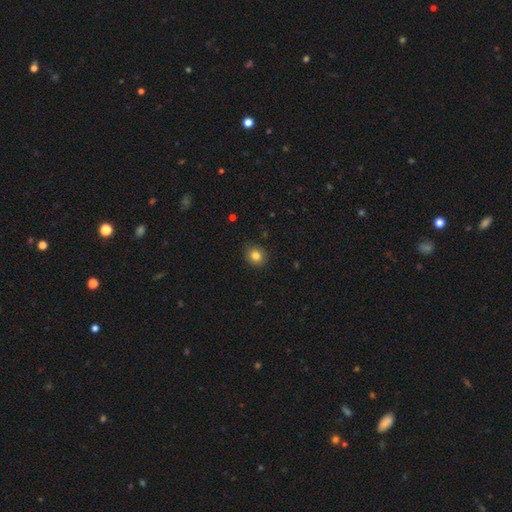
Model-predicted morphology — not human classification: Smooth or featured?
  - smooth: 82% *
  - star or artifact: 11%
  - featured or disk: 7%
How rounded?
  - round: 80% *
  - in between: 20%
  - cigar-shaped: 1%
Merging?
  - none: 89% *
  - minor disturbance: 8%
  - major disturbance: 2%
  - merger: 1%